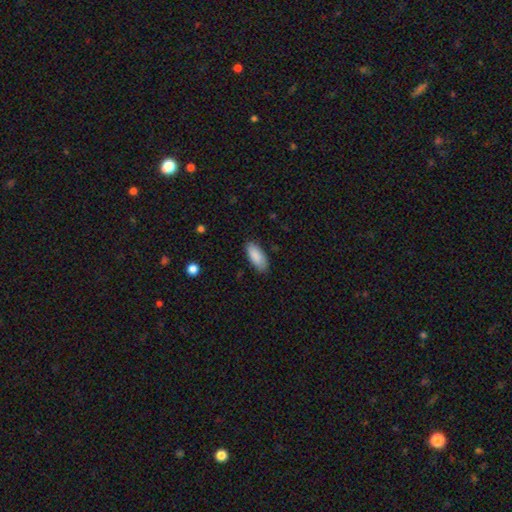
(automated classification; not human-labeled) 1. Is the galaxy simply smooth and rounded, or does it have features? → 89% smooth, 6% star or artifact, 5% featured or disk.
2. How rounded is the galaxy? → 83% in between, 15% cigar-shaped, 2% round.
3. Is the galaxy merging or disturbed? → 85% none, 12% minor disturbance, 2% major disturbance, 1% merger.